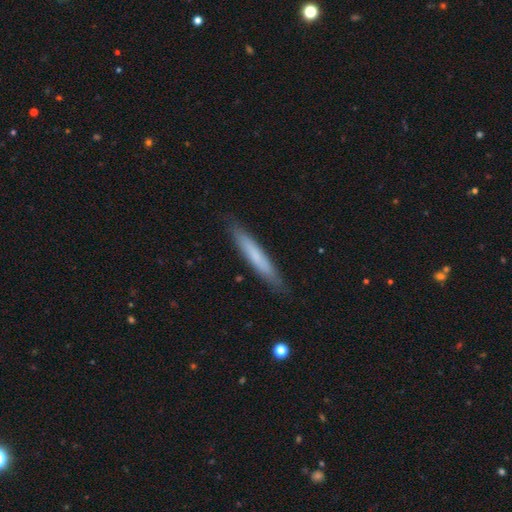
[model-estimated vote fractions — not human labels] smooth 65%, featured or disk 29%, star or artifact 6%. Down the decision tree: how rounded — cigar-shaped (95%); merging — none (88%).